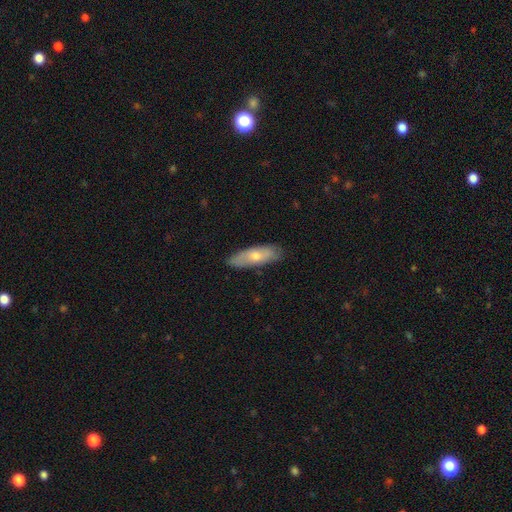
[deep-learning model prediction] A smooth galaxy with no disk features (61%) that is cigar-shaped (49%, tied with in between).

Vote fractions:
- Smooth or featured? smooth: 61% / featured or disk: 33% / star or artifact: 6%
- How rounded? cigar-shaped: 49% (tied) / in between: 49% (tied) / round: 2%
- Merging? none: 83% / minor disturbance: 14% / major disturbance: 2% / merger: 1%